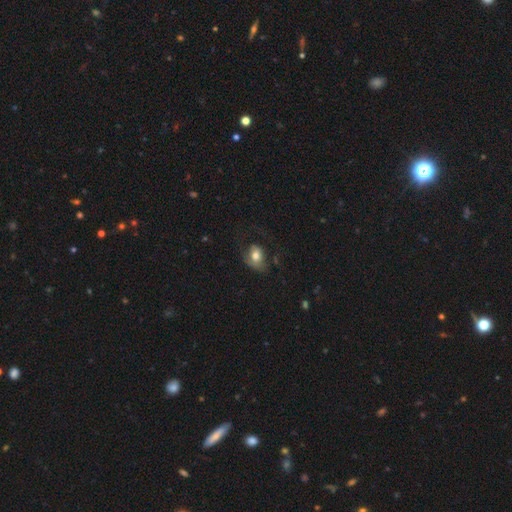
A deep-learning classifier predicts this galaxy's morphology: smooth-or-featured: smooth: 68% | featured or disk: 24% | star or artifact: 9%
  how-rounded: in between: 67% | round: 32% | cigar-shaped: 1%
  merging: none: 37% | major disturbance: 35% | minor disturbance: 26% | merger: 2%